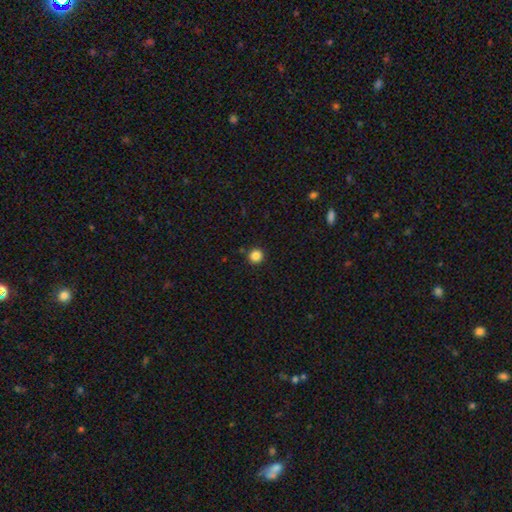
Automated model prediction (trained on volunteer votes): Smooth or featured: smooth — 85% (star or artifact — 11%)
How rounded: round — 95% (in between — 4%)
Merging: none — 91% (minor disturbance — 5%)